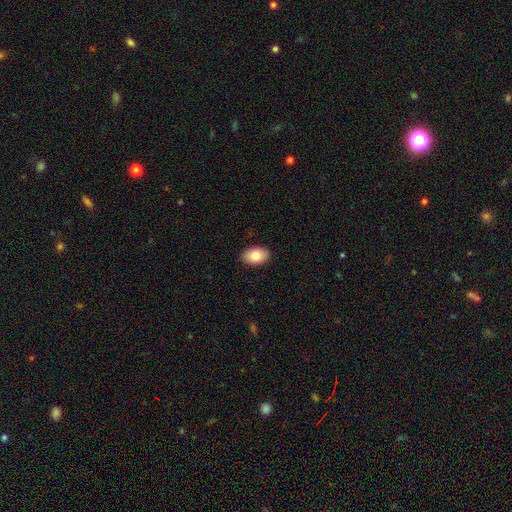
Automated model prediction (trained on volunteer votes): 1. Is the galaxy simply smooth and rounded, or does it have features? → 83% smooth, 10% featured or disk, 7% star or artifact.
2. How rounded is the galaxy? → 88% in between, 11% round, 1% cigar-shaped.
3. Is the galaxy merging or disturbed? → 89% none, 8% minor disturbance, 2% major disturbance, 1% merger.